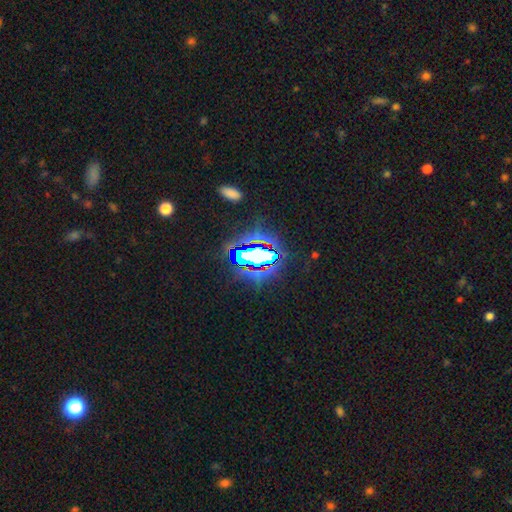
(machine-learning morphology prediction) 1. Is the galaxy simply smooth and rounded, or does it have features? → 69% star or artifact, 16% smooth, 15% featured or disk.